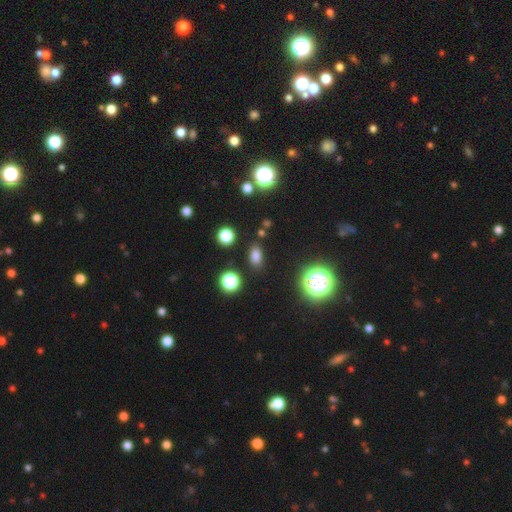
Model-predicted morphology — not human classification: Smooth or featured? Predicted: smooth (p=0.75). How rounded? Predicted: in between (p=0.82). Merging? Predicted: none (p=0.85).